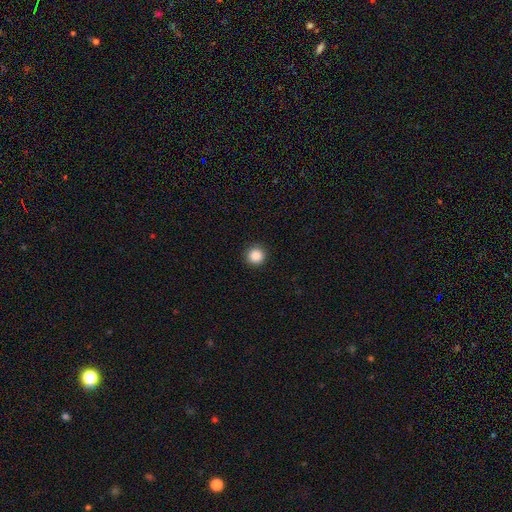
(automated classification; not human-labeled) smooth-or-featured: smooth: 87% | star or artifact: 10% | featured or disk: 3%
  how-rounded: round: 95% | in between: 4% | cigar-shaped: 1%
  merging: none: 92% | minor disturbance: 5% | major disturbance: 2% | merger: 1%